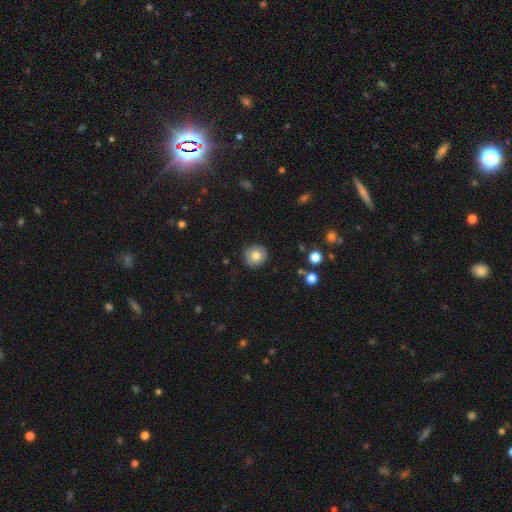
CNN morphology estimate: Overall: smooth (77%). How rounded: round (91%). Merging: none (90%).